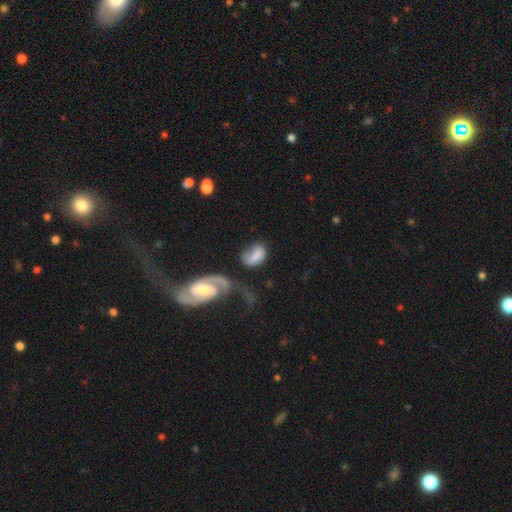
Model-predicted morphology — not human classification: smooth-or-featured: smooth: 62% | featured or disk: 30% | star or artifact: 9%
  how-rounded: in between: 83% | round: 15% | cigar-shaped: 2%
  merging: none: 35% | major disturbance: 23% | merger: 22% | minor disturbance: 21%